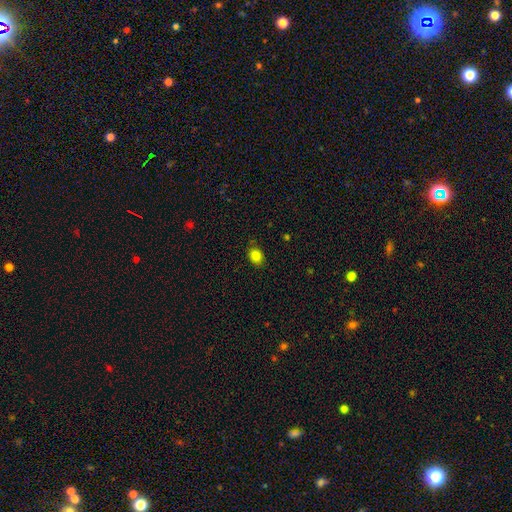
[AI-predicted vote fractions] This appears to be a smooth galaxy with no disk features (84%) that is in between round and cigar-shaped (59%). Merging: none (84%).